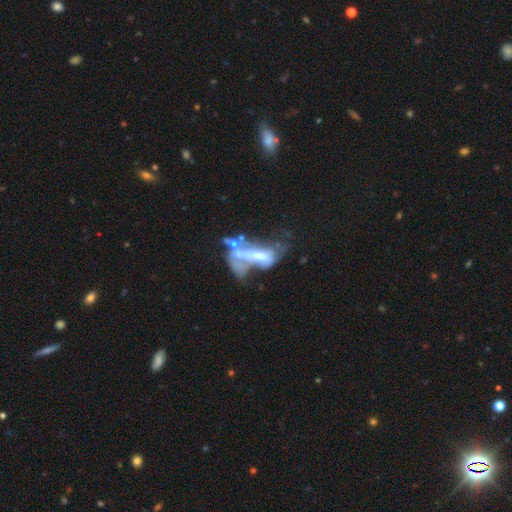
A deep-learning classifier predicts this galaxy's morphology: smooth-or-featured: featured or disk: 58% | smooth: 28% | star or artifact: 14%
  disk-edge-on: no: 89% | yes: 11%
    bar: no: 65% | weak: 18% | strong: 17%
    has-spiral-arms: no: 84% | yes: 16%
    bulge-size: none: 35% | moderate: 30% | small: 23% | large: 9% | dominant: 3%
  merging: merger: 44% | major disturbance: 33% | none: 13% | minor disturbance: 10%